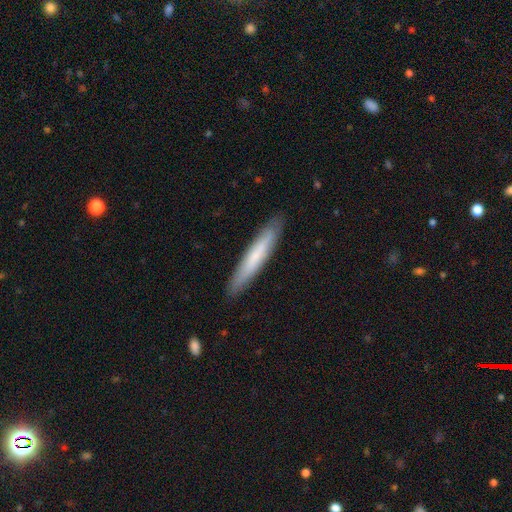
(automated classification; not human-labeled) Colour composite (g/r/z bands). It shows a smooth galaxy with no disk features (63%) that is cigar-shaped (92%). Merging: none (88%).